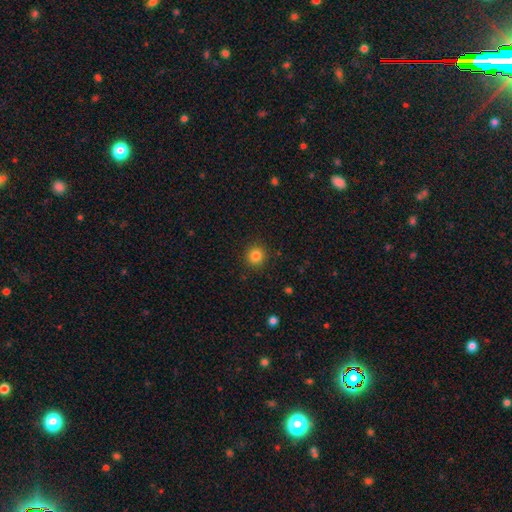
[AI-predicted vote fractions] Smooth or featured? Predicted: smooth (p=0.84). How rounded? Predicted: round (p=0.90). Merging? Predicted: none (p=0.90).